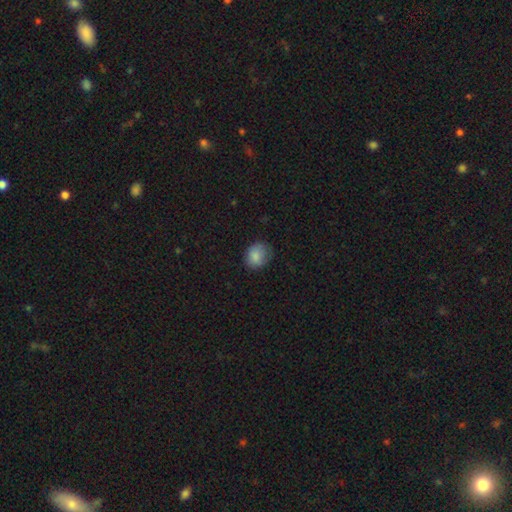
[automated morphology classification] Smooth or featured? Predicted: smooth (p=0.86). How rounded? Predicted: round (p=0.63). Merging? Predicted: none (p=0.71).